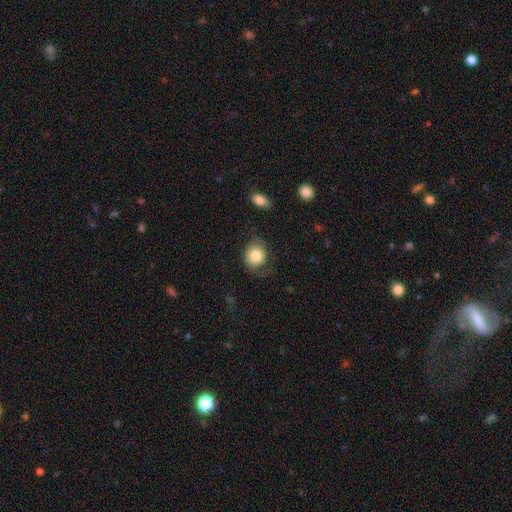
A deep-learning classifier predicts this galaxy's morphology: smooth 79%, featured or disk 14%, star or artifact 8%. Down the decision tree: how rounded — round (65%); merging — none (63%).